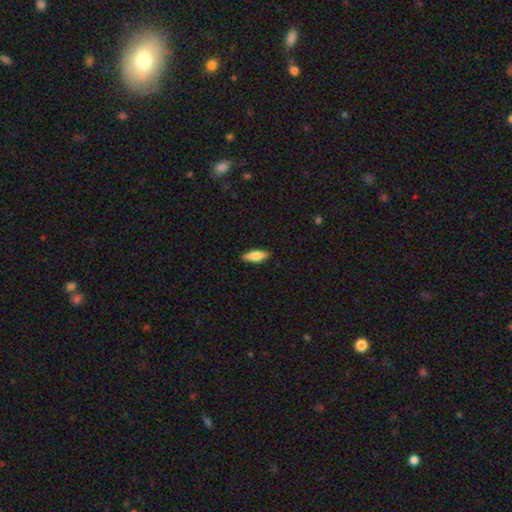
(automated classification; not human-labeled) A smooth galaxy with no disk features (72%) that is in between round and cigar-shaped (57%).

Vote fractions:
- Smooth or featured? smooth: 72% / featured or disk: 22% / star or artifact: 6%
- How rounded? in between: 57% / cigar-shaped: 40% / round: 2%
- Merging? none: 89% / minor disturbance: 9% / major disturbance: 2% / merger: 1%